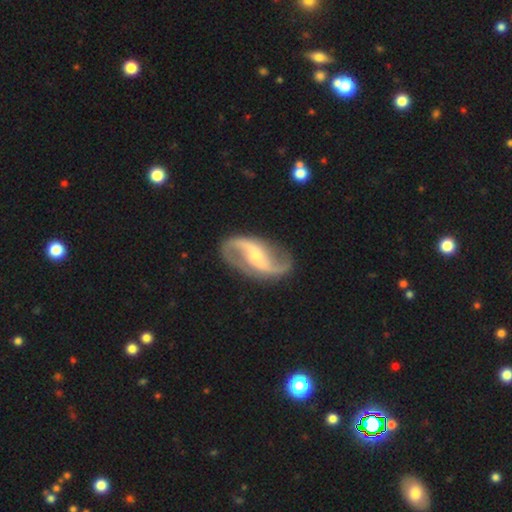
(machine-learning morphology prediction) smooth_or_featured: featured or disk (p=0.91) [alt: smooth p=0.05]
disk_edge_on: no (p=0.97) [alt: yes p=0.03]
bar: weak (p=0.42) [alt: strong p=0.30]
has_spiral_arms: yes (p=0.97) [alt: no p=0.03]
spiral_winding: loose (p=0.61) [alt: medium p=0.32]
spiral_arm_count: 2 (p=0.94) [alt: can't tell p=0.02]
bulge_size: small (p=0.56) [alt: moderate p=0.31]
merging: none (p=0.83) [alt: minor disturbance p=0.11]